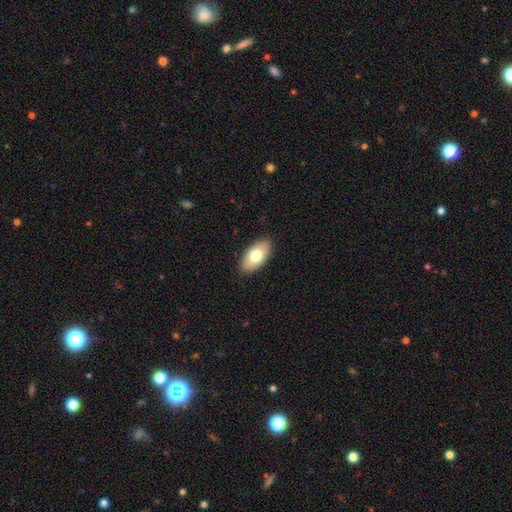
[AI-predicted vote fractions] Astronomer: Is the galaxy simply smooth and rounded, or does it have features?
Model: smooth — 75%.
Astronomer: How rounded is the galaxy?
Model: in between — 94%.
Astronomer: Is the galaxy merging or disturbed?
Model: none — 88%.